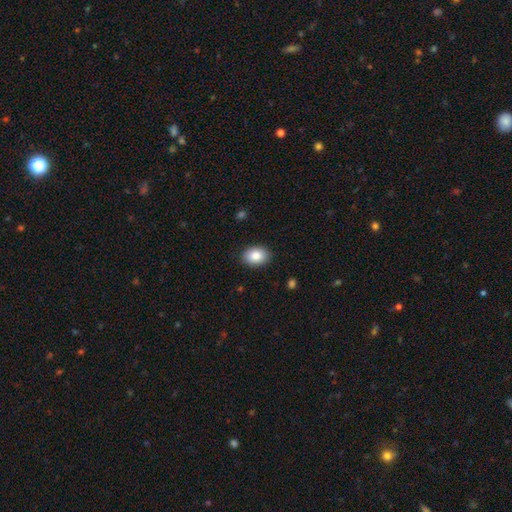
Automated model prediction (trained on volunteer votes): This appears to be a smooth galaxy with no disk features (87%) that is in between round and cigar-shaped (78%). Merging: none (89%).